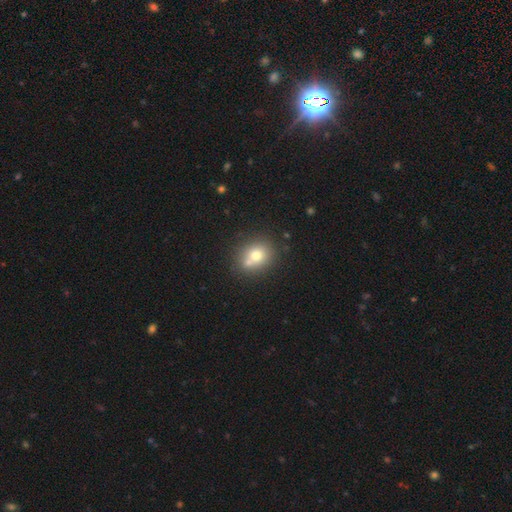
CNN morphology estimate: smooth_or_featured: smooth (p=0.71) [alt: featured or disk p=0.17]
how_rounded: round (p=0.68) [alt: in between p=0.31]
merging: none (p=0.54) [alt: merger p=0.29]